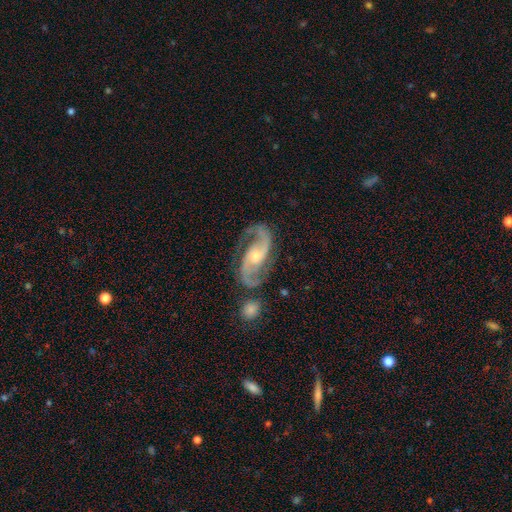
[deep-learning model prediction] featured or disk 92%, star or artifact 5%, smooth 3%. Down the decision tree: edge-on disk — no (97%); bar — no (49%); spiral arms — yes (98%); spiral arm count — 2 (93%); spiral winding — medium (58%); bulge size — small (48%); merging — none (70%).